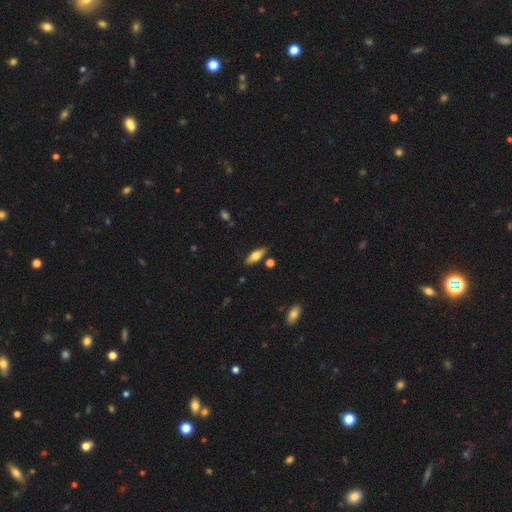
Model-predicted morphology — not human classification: This is possibly a smooth galaxy (58%). How rounded: likely in between (62%). Merging: clearly none (84%).